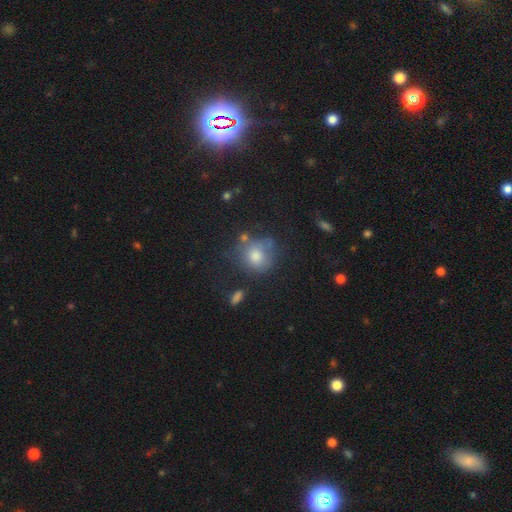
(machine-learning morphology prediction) type=smooth (73%); roundness=round (81%); merging=none (58%).